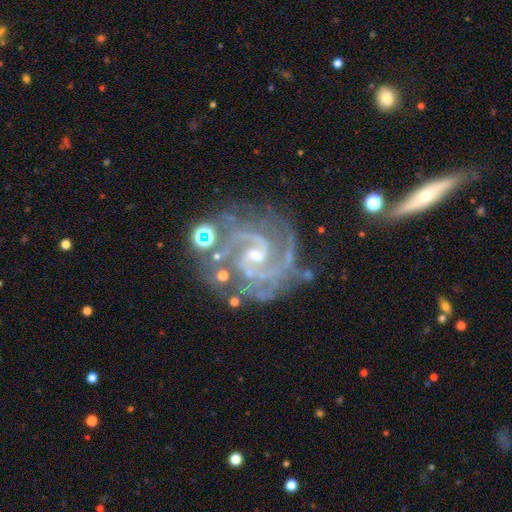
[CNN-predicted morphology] This appears to be a featured or disk galaxy (91%) with a weak bar (43%), 2 (55%) tight (62%) spiral arms (99%) and a small central bulge (67%). Merging: none (67%).